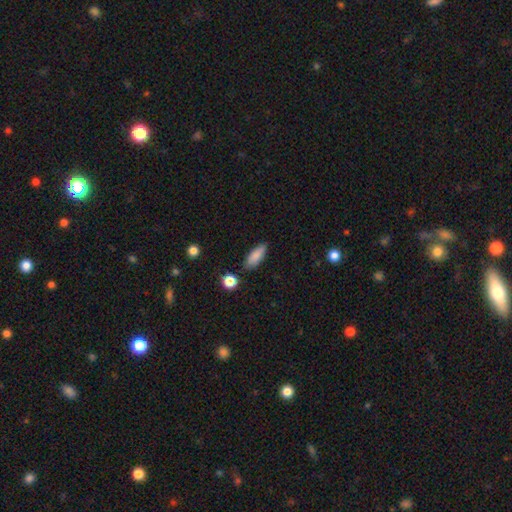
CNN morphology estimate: This is clearly a smooth galaxy (86%). How rounded: likely in between (69%). Merging: clearly none (82%).